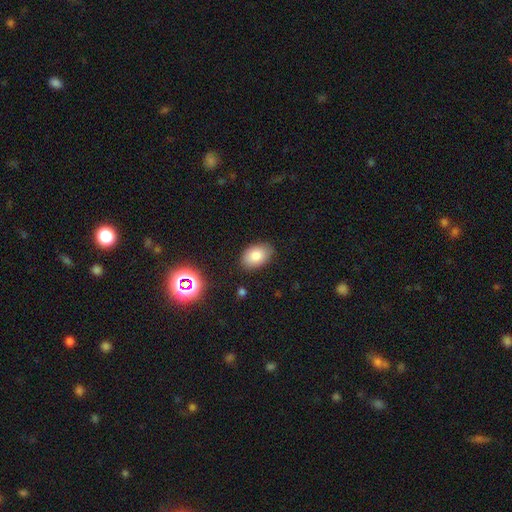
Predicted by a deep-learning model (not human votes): smooth 82%, star or artifact 9%, featured or disk 9%. Down the decision tree: how rounded — in between (87%); merging — none (84%).